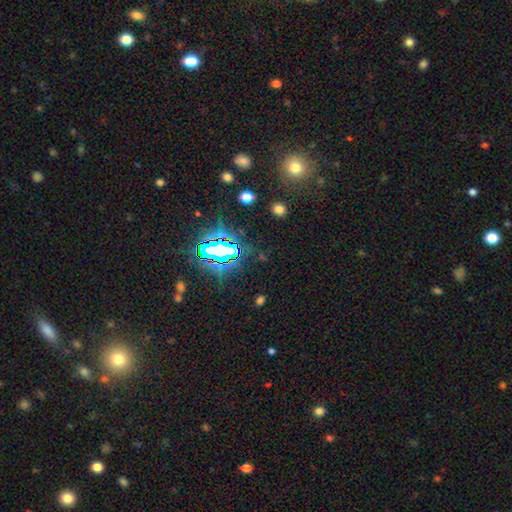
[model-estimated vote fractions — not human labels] Overall: star or artifact (78%).